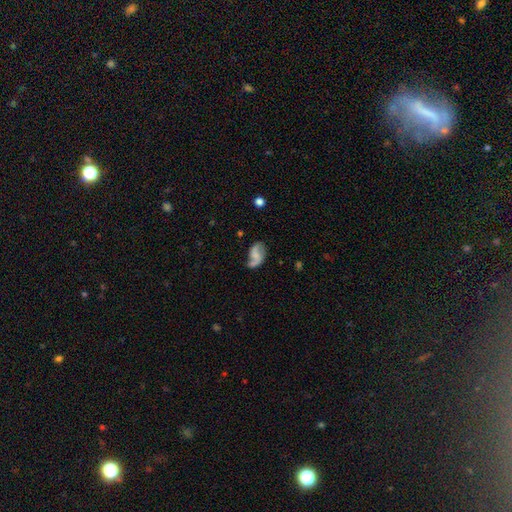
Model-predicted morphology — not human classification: Smooth or featured? featured or disk (67%)
Edge-on disk? no (97%)
Bar? no (46%)
Spiral arms? yes (89%)
Spiral winding? loose (59%)
Spiral arm count? 2 (85%)
Bulge size? none (46%)
Merging? none (52%)